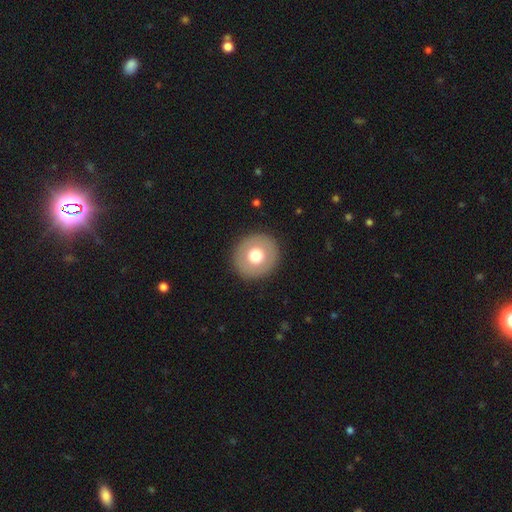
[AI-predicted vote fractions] The model was most divided on "smooth or featured": smooth: 67%, featured or disk: 25%, star or artifact: 8%. More confident: how rounded — round (92%); merging — none (91%).